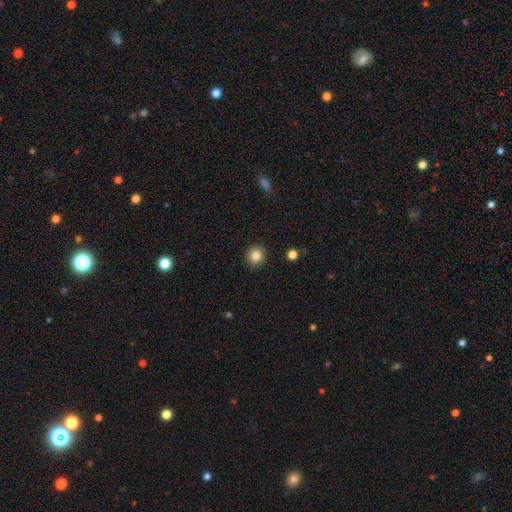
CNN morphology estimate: This appears to be a smooth galaxy with no disk features (85%) that is round (91%). Merging: none (91%).